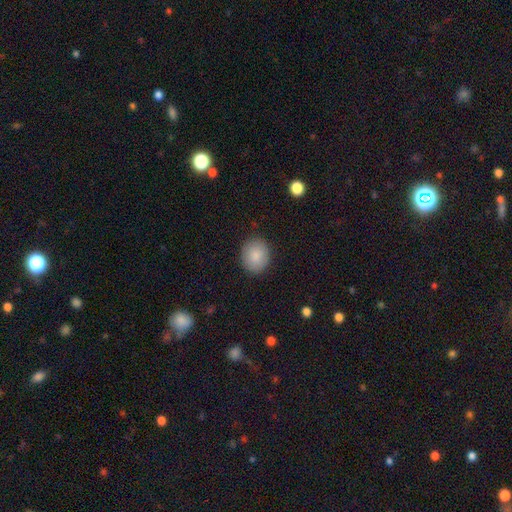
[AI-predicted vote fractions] Smooth or featured?
  - smooth: 87% *
  - star or artifact: 7%
  - featured or disk: 6%
How rounded?
  - round: 72% *
  - in between: 27%
  - cigar-shaped: 1%
Merging?
  - none: 89% *
  - minor disturbance: 8%
  - major disturbance: 2%
  - merger: 1%